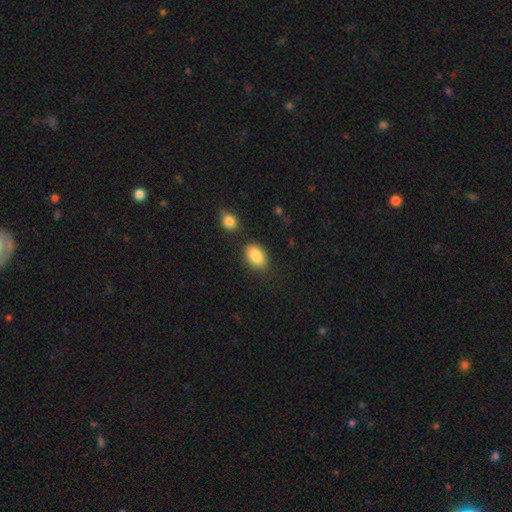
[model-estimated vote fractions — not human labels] A smooth galaxy with no disk features (86%) that is in between round and cigar-shaped (85%). Merging: none (77%).